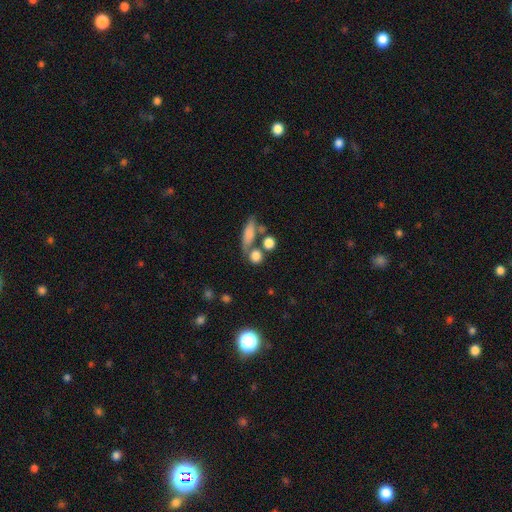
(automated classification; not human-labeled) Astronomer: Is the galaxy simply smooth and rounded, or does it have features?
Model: smooth — 78%.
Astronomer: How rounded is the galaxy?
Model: round — 76%.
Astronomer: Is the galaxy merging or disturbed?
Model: none — 57%.